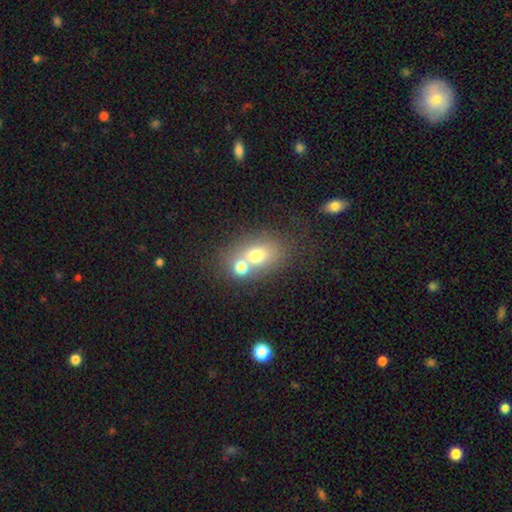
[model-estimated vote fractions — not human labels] This appears to be a smooth galaxy with no disk features (69%) that is in between round and cigar-shaped (60%). Merging: merger (49%).